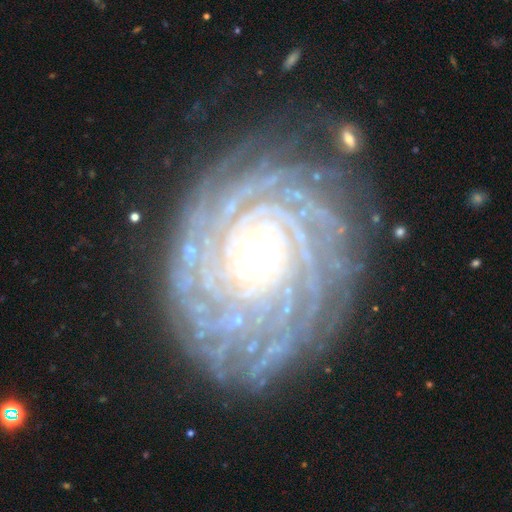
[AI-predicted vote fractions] Smooth or featured?
  - featured or disk: 90% *
  - star or artifact: 5%
  - smooth: 4%
Edge-on disk?
  - no: 97% *
  - yes: 3%
Bar?
  - no: 78% *
  - weak: 14%
  - strong: 8%
Spiral arms?
  - yes: 98% *
  - no: 2%
Spiral winding?
  - tight: 89% *
  - medium: 9%
  - loose: 2%
Spiral arm count?
  - more than 4: 38% *
  - can't tell: 19%
  - 4: 16%
  - 3: 10%
  - 2: 9%
  - 1: 8%
Bulge size?
  - moderate: 55% *
  - small: 40%
  - large: 4%
  - dominant: 1%
  - none: 1%
Merging?
  - none: 81% *
  - minor disturbance: 13%
  - major disturbance: 4%
  - merger: 1%